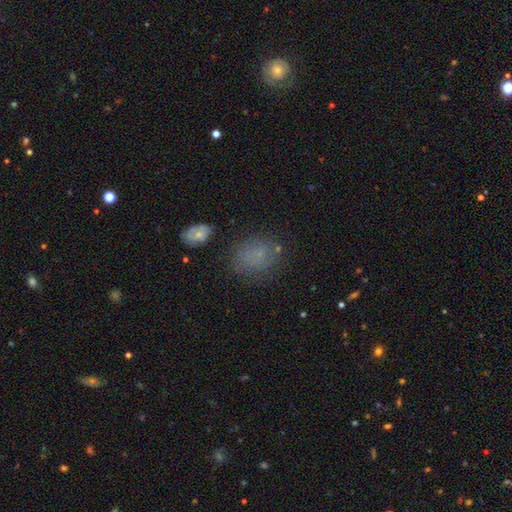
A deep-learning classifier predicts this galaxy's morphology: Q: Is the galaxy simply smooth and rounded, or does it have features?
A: smooth — 71%.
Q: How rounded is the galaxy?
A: round — 63%.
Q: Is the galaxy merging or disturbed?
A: none — 72%.